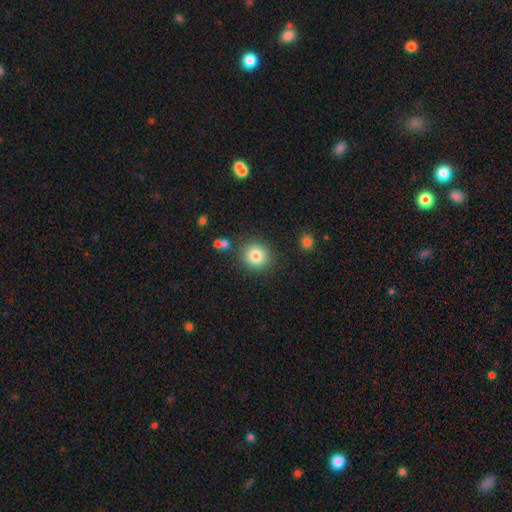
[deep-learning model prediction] Smooth or featured? Predicted: smooth (p=0.82). How rounded? Predicted: round (p=0.89). Merging? Predicted: none (p=0.85).